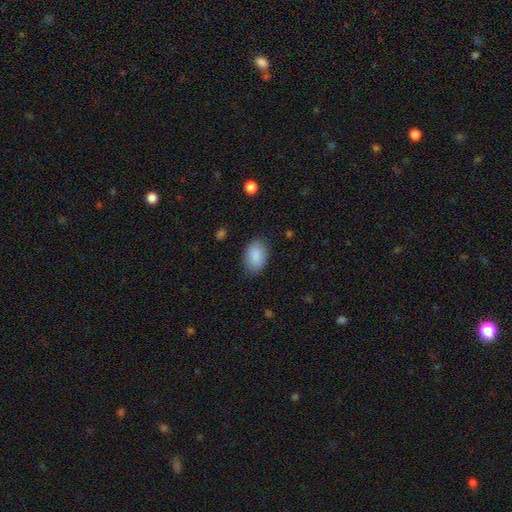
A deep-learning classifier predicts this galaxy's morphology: This appears to be a smooth galaxy with no disk features (88%) that is in between round and cigar-shaped (90%). Merging: none (82%).